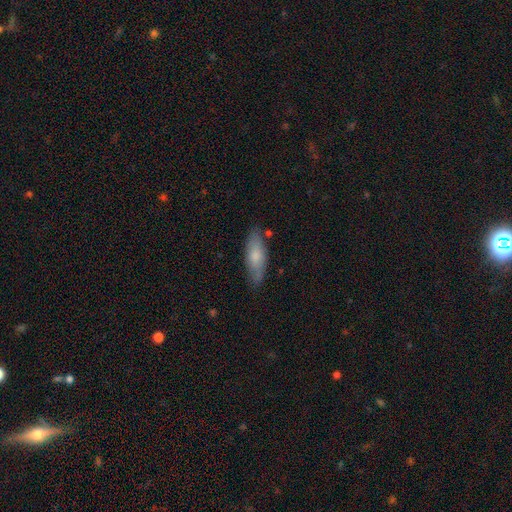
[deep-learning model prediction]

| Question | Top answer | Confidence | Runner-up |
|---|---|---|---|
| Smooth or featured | smooth | 70% | featured or disk (24%) |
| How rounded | in between | 62% | cigar-shaped (36%) |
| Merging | none | 77% | minor disturbance (18%) |